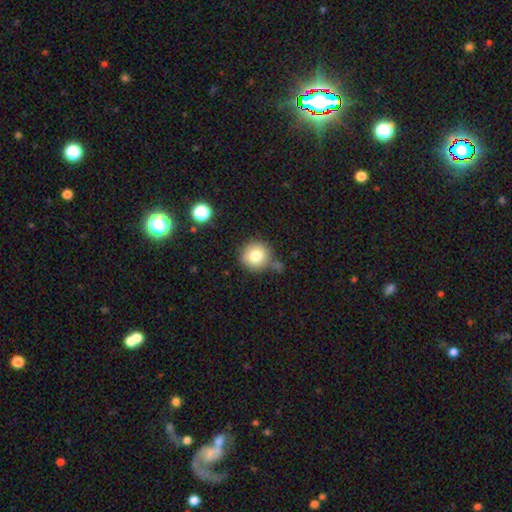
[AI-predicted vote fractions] The model was most divided on "merging": none: 70%, minor disturbance: 15%, merger: 10%, major disturbance: 5%. More confident: how rounded — round (92%); smooth or featured — smooth (80%).